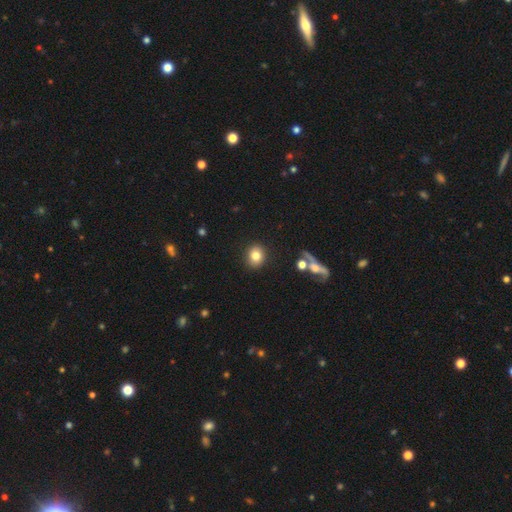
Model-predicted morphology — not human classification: Smooth or featured?
  - smooth: 80% *
  - star or artifact: 10%
  - featured or disk: 10%
How rounded?
  - round: 73% *
  - in between: 26%
  - cigar-shaped: 1%
Merging?
  - none: 88% *
  - minor disturbance: 7%
  - merger: 3%
  - major disturbance: 3%